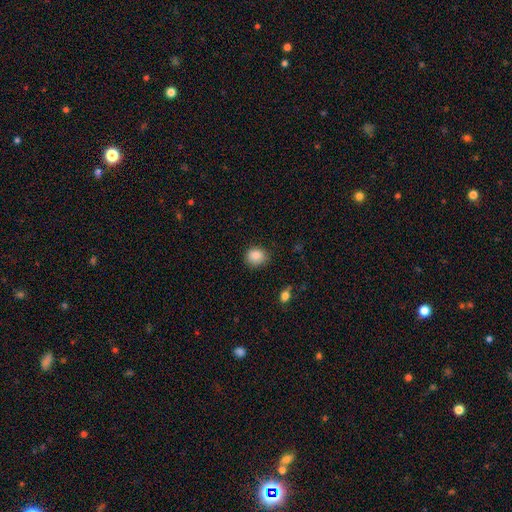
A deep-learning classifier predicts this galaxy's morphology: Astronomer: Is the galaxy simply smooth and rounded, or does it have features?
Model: smooth — 86%.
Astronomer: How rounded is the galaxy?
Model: round — 73%.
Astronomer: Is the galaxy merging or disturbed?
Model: none — 81%.